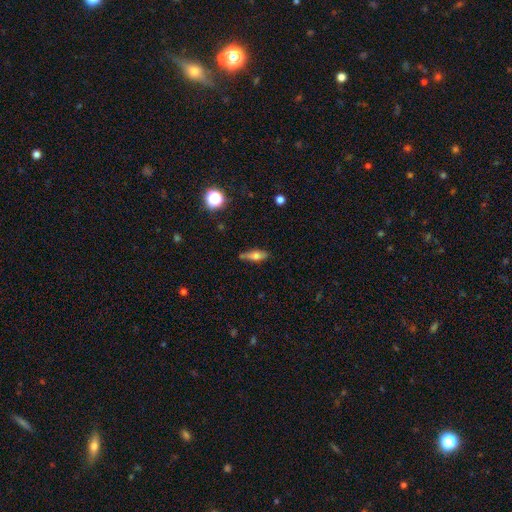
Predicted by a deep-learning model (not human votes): A smooth galaxy with no disk features (62%) that is in between round and cigar-shaped (52%). Merging: none (69%).